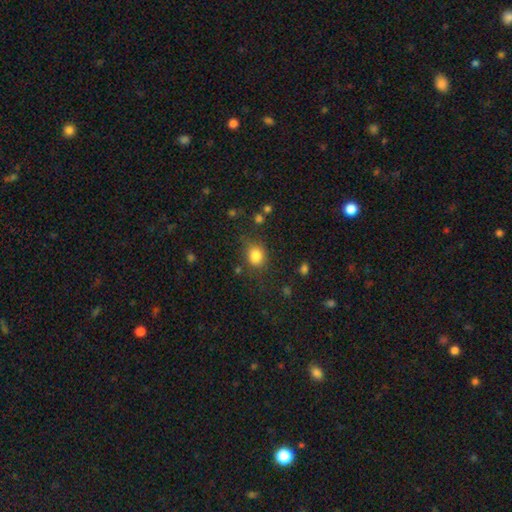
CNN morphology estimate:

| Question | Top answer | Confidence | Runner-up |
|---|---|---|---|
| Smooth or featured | smooth | 83% | star or artifact (11%) |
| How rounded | round | 64% | in between (35%) |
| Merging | none | 74% | minor disturbance (16%) |